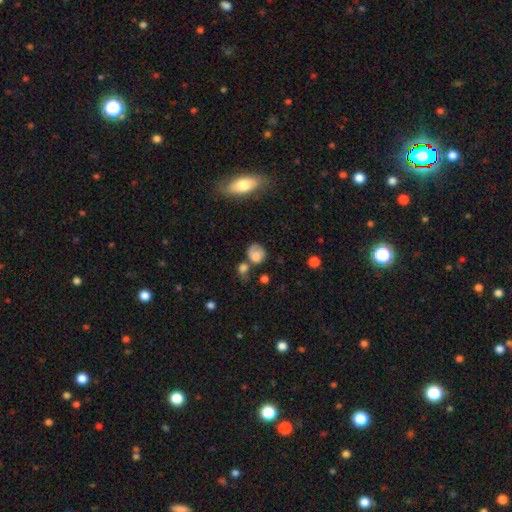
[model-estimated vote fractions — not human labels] Overall: smooth (77%). How rounded: round (65%; in between 33%). Merging: none (43%; minor disturbance 24%).